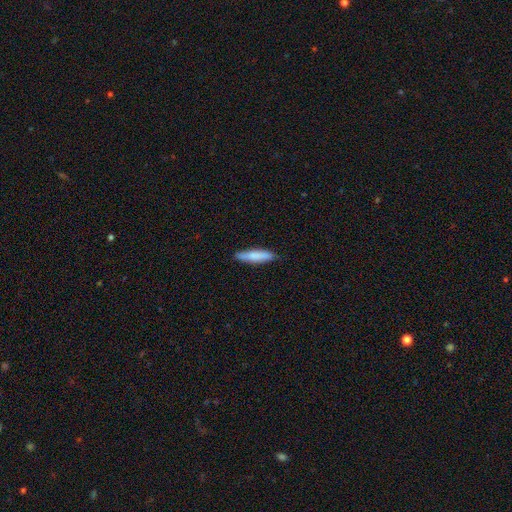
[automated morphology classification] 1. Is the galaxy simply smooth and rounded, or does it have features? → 79% smooth, 15% featured or disk, 5% star or artifact.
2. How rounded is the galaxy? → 79% cigar-shaped, 19% in between, 1% round.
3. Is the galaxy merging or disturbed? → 85% none, 12% minor disturbance, 2% major disturbance, 1% merger.